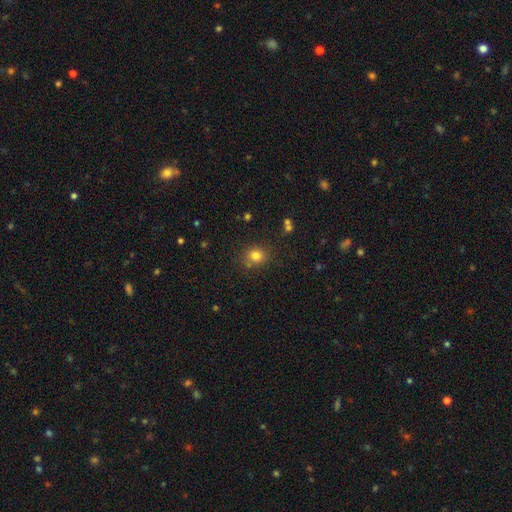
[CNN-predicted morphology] Smooth or featured? smooth (79%)
How rounded? round (75%)
Merging? none (80%)